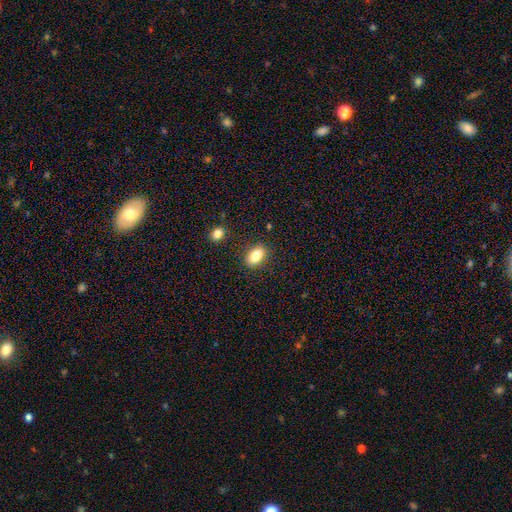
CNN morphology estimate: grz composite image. It shows a smooth galaxy with no disk features (83%) that is in between round and cigar-shaped (87%). Merging: none (86%).